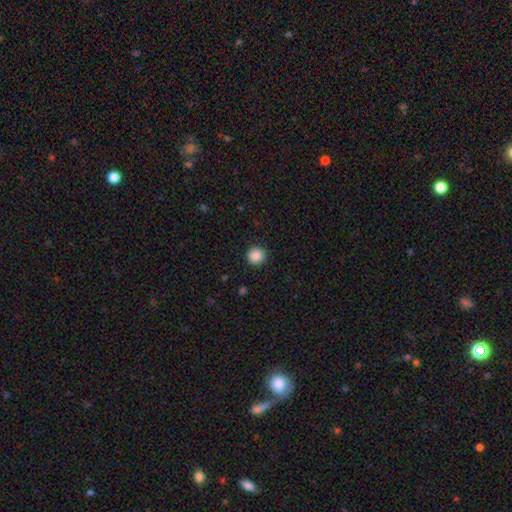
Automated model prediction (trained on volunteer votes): Smooth or featured: smooth — 88% (star or artifact — 9%)
How rounded: round — 95% (in between — 4%)
Merging: none — 92% (minor disturbance — 5%)